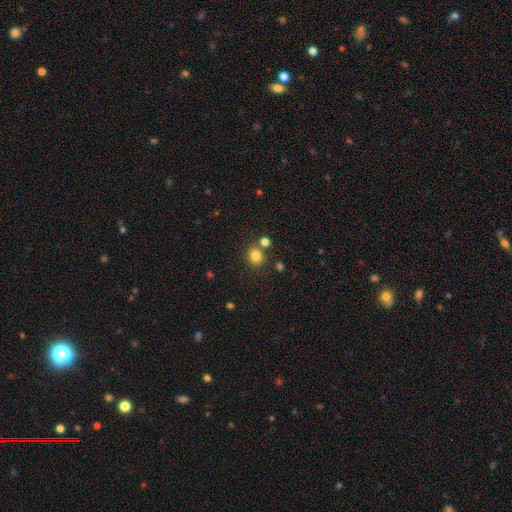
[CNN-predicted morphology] A smooth galaxy with no disk features (81%) that is round (78%). Merging: none (77%).